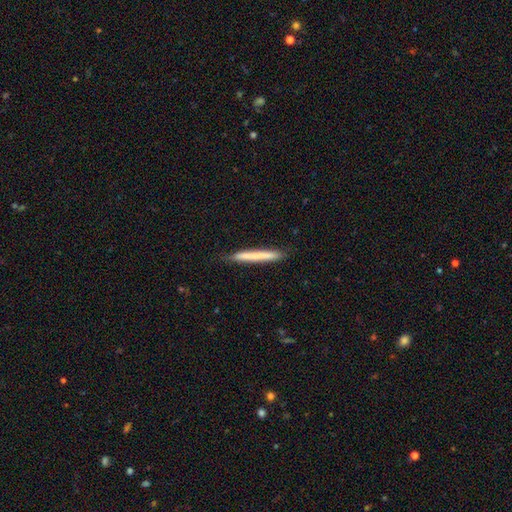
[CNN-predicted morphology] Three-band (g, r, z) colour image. It shows a smooth galaxy with no disk features (69%) that is cigar-shaped (97%). Merging: none (85%).